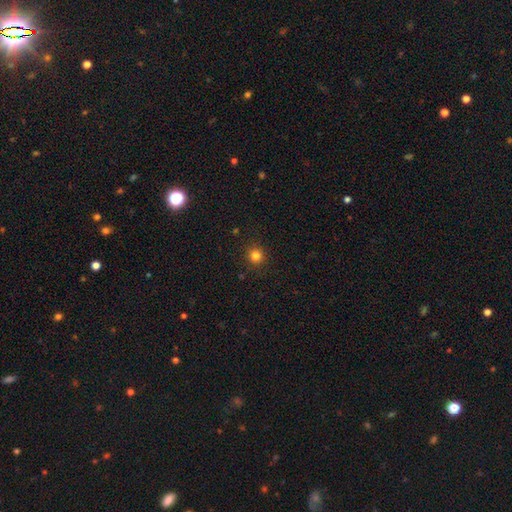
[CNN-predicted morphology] Smooth or featured? Predicted: smooth (p=0.81). How rounded? Predicted: round (p=0.94). Merging? Predicted: none (p=0.91).